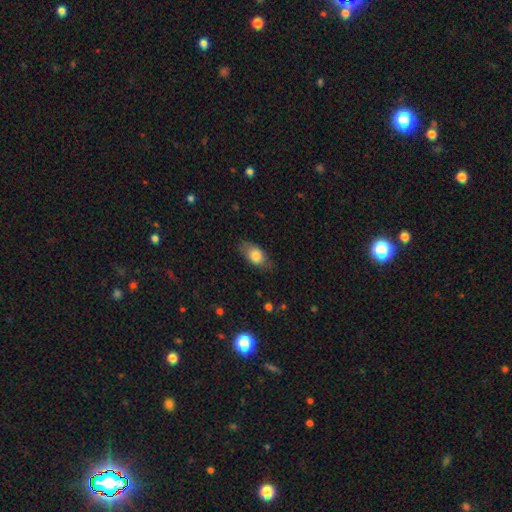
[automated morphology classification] This is likely a smooth galaxy (79%). How rounded: clearly in between (87%). Merging: likely none (74%).